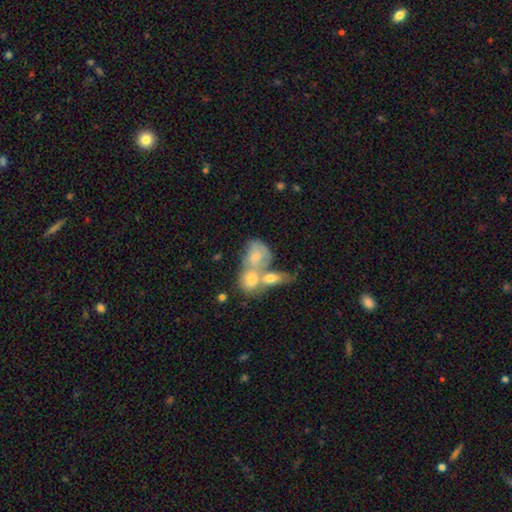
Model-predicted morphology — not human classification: Smooth or featured?
  - smooth: 56% *
  - featured or disk: 35%
  - star or artifact: 9%
How rounded?
  - in between: 74% *
  - round: 23%
  - cigar-shaped: 3%
Merging?
  - merger: 66% *
  - none: 17%
  - minor disturbance: 9%
  - major disturbance: 7%